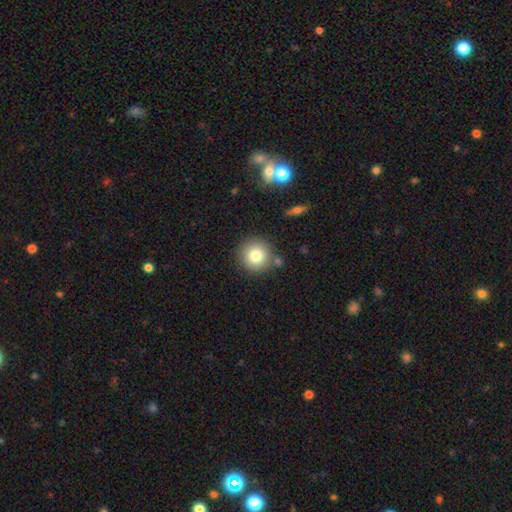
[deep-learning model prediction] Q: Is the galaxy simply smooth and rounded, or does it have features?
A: smooth — 79%.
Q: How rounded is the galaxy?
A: round — 94%.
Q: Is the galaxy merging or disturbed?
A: none — 79%.